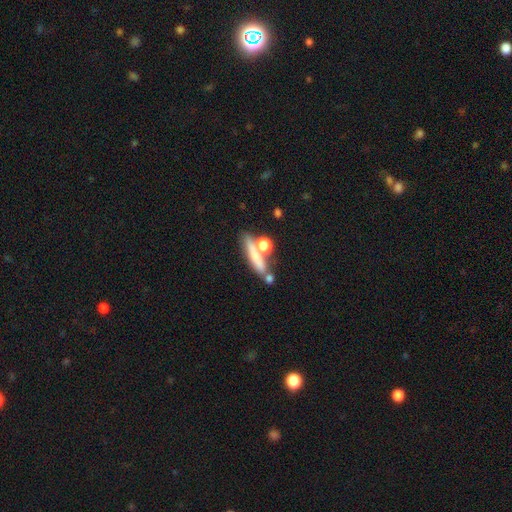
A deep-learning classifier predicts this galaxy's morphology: Overall: smooth (63%; featured or disk 25%). How rounded: cigar-shaped (62%; in between 23%). Merging: none (53%; merger 26%).